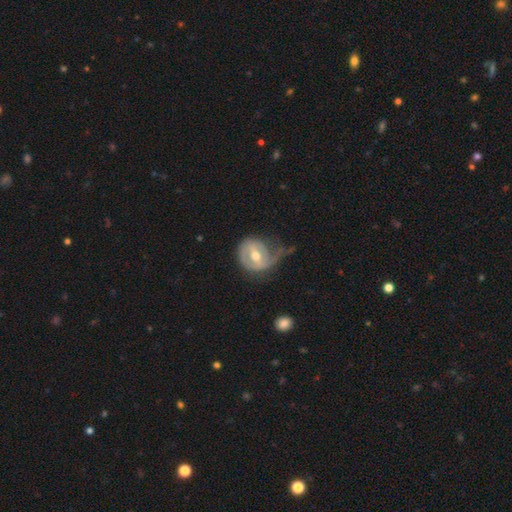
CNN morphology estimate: smooth_or_featured: featured or disk (p=0.72) [alt: smooth p=0.23]
disk_edge_on: no (p=0.96) [alt: yes p=0.04]
bar: weak (p=0.48) [alt: strong p=0.29]
has_spiral_arms: yes (p=0.73) [alt: no p=0.27]
spiral_winding: tight (p=0.46) [alt: medium p=0.33]
spiral_arm_count: 2 (p=0.40) [tied with: 1 p=0.40]
bulge_size: moderate (p=0.74) [alt: small p=0.17]
merging: none (p=0.40) [alt: major disturbance p=0.29]